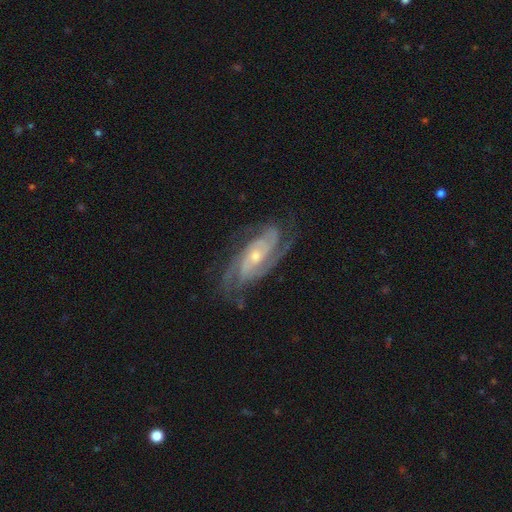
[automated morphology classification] Smooth or featured: featured or disk — 91% (star or artifact — 5%)
Edge-on disk: no — 95% (yes — 5%)
Bar: no — 58% (weak — 30%)
Spiral arms: yes — 98% (no — 2%)
Spiral winding: tight — 59% (medium — 35%)
Spiral arm count: 3 — 34% (2 — 28%)
Bulge size: small — 53% (moderate — 43%)
Merging: none — 77% (minor disturbance — 16%)